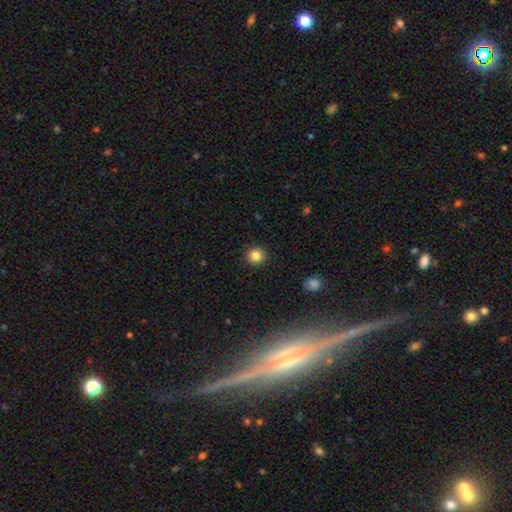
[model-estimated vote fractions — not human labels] Smooth or featured?
  - smooth: 84% *
  - star or artifact: 11%
  - featured or disk: 5%
How rounded?
  - round: 90% *
  - in between: 9%
  - cigar-shaped: 1%
Merging?
  - none: 92% *
  - minor disturbance: 5%
  - major disturbance: 2%
  - merger: 1%